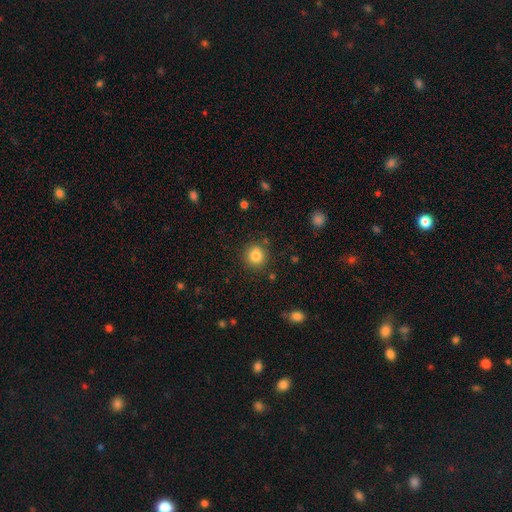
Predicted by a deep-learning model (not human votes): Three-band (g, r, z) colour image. It shows a smooth galaxy with no disk features (83%) that is round (91%). Merging: none (87%).